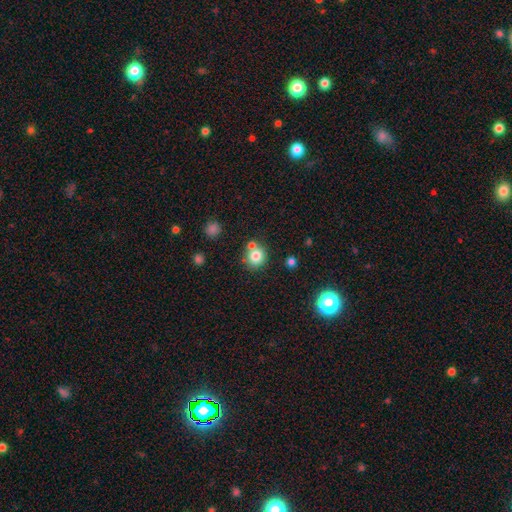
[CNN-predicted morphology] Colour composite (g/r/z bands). It shows a smooth galaxy with no disk features (79%) that is round (86%). Merging: none (63%).